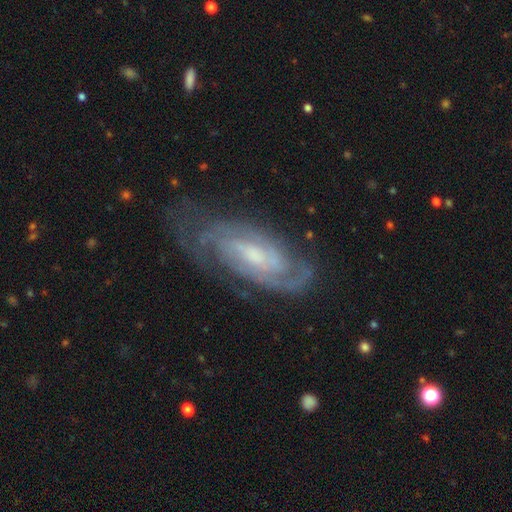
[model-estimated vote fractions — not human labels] Smooth or featured: featured or disk — 88% (smooth — 7%)
Edge-on disk: no — 93% (yes — 7%)
Bar: weak — 46% (no — 41%)
Spiral arms: yes — 97% (no — 3%)
Spiral winding: tight — 63% (medium — 32%)
Spiral arm count: 2 — 59% (can't tell — 18%)
Bulge size: small — 47% (moderate — 38%)
Merging: none — 72% (minor disturbance — 19%)